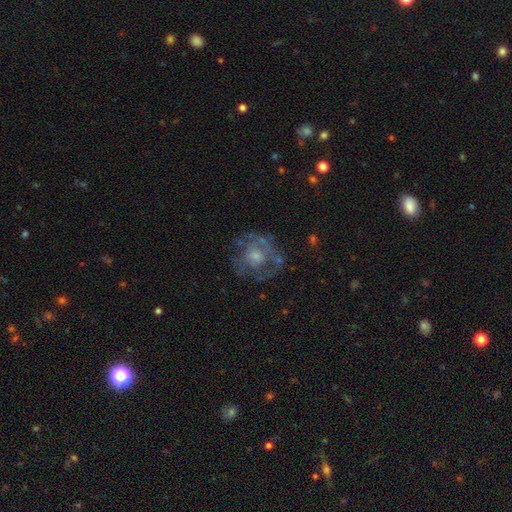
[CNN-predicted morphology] This appears to be a featured or disk galaxy (64%) with no bar (82%), no spiral arms (53%) and a moderate central bulge (46%). Merging: none (66%).